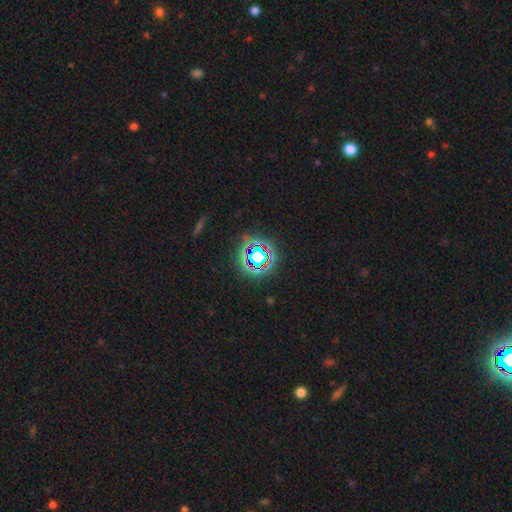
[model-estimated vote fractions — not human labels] This appears to be a star or artifact, not a galaxy (75%).